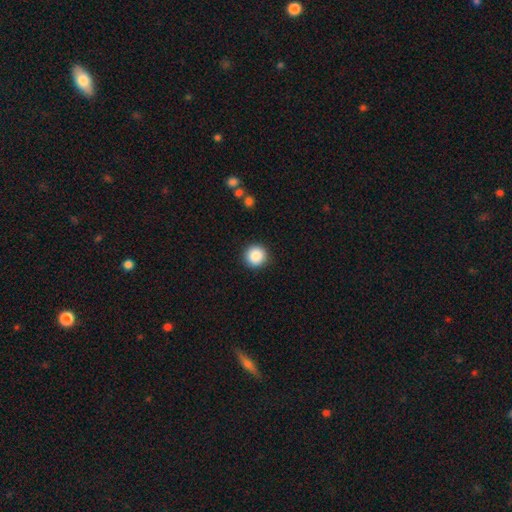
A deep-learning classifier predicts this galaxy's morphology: Smooth or featured? smooth (88%)
How rounded? round (96%)
Merging? none (92%)